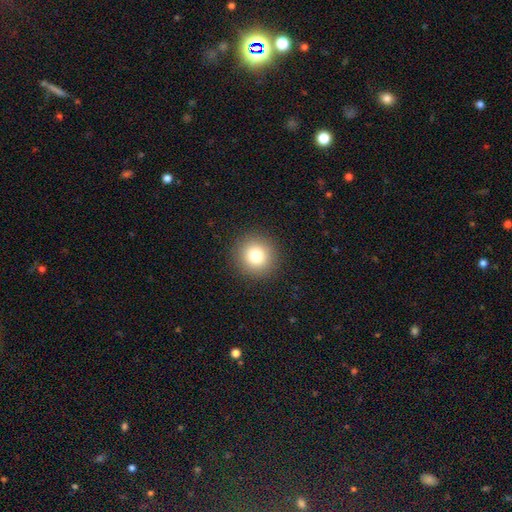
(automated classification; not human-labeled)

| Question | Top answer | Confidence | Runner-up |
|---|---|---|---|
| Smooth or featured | smooth | 80% | star or artifact (12%) |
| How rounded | round | 94% | in between (5%) |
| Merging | none | 92% | minor disturbance (5%) |